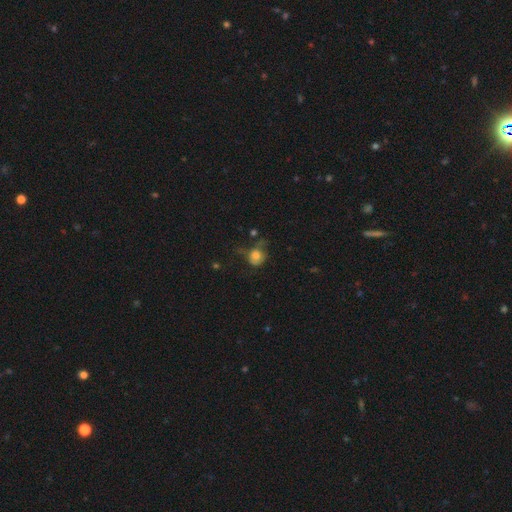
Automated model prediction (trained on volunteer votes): Smooth or featured: smooth — 71% (featured or disk — 18%)
How rounded: round — 69% (in between — 30%)
Merging: major disturbance — 34% (none — 33%)